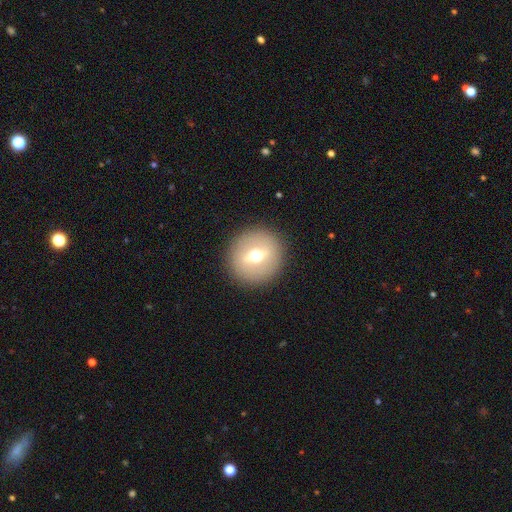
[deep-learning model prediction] This appears to be a smooth galaxy with no disk features (49%). Merging: none (90%).